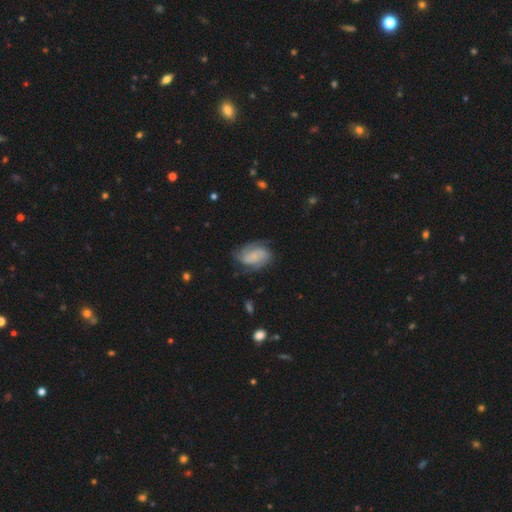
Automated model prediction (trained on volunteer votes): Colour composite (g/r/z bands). It shows a featured or disk galaxy (68%) with no bar (62%), 2 (61%) tight (42%, tied with medium) spiral arms (92%) and a small central bulge (49%). Merging: none (65%).